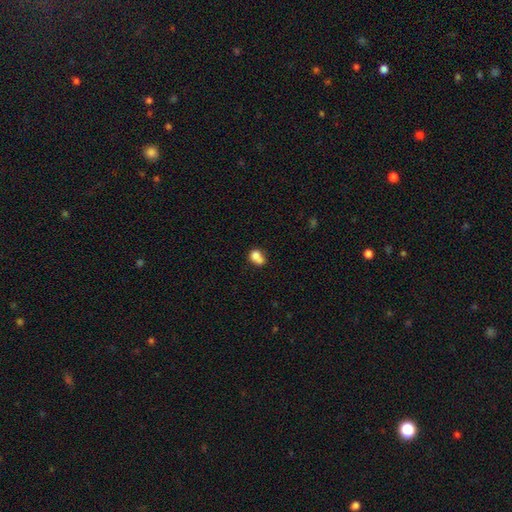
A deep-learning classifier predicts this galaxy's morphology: Smooth or featured: smooth — 76% (featured or disk — 14%)
How rounded: in between — 53% (round — 45%)
Merging: merger — 39% (none — 33%)